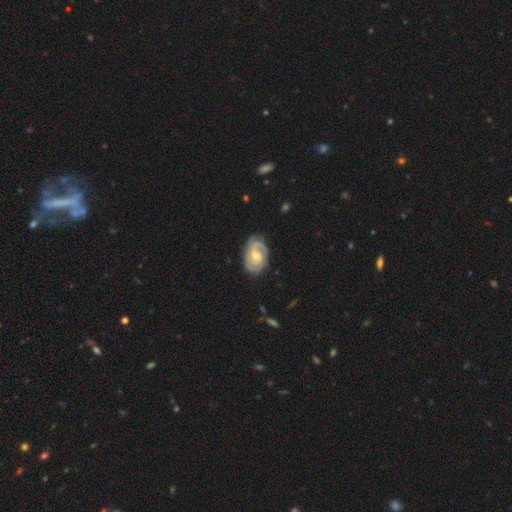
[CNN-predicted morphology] A featured or disk galaxy (85%) with no bar (52%), 2 (70%) tight (59%) spiral arms (96%) and a moderate central bulge (54%).

Vote fractions:
- Smooth or featured? featured or disk: 85% / smooth: 11% / star or artifact: 4%
- Edge-on disk? no: 97% / yes: 3%
- Bar? no: 52% / weak: 41% / strong: 7%
- Spiral arms? yes: 96% / no: 4%
- Spiral winding? tight: 59% / medium: 34% / loose: 8%
- Spiral arm count? 2: 70% / can't tell: 11% / 3: 11% / 1: 3% / 4: 2% / more than 4: 2%
- Bulge size? moderate: 54% / small: 40% / large: 2% / none: 2% / dominant: 1%
- Merging? none: 79% / minor disturbance: 16% / major disturbance: 4% / merger: 1%